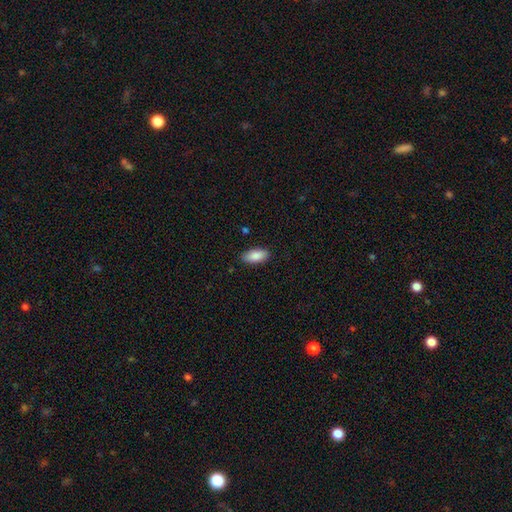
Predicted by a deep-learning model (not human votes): smooth 88%, star or artifact 6%, featured or disk 6%. Down the decision tree: how rounded — in between (90%); merging — none (87%).